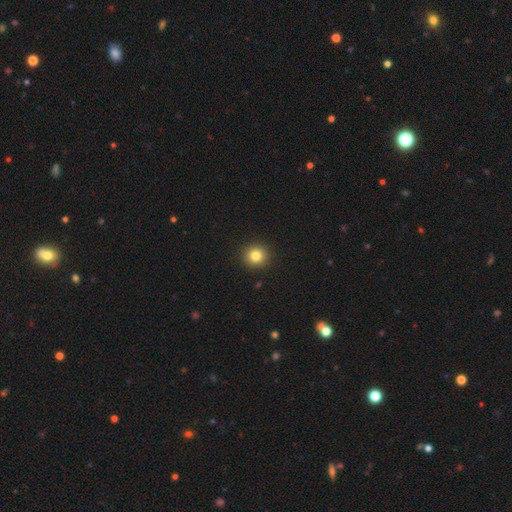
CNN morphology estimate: This is clearly a smooth galaxy (82%). How rounded: clearly round (92%). Merging: clearly none (92%).